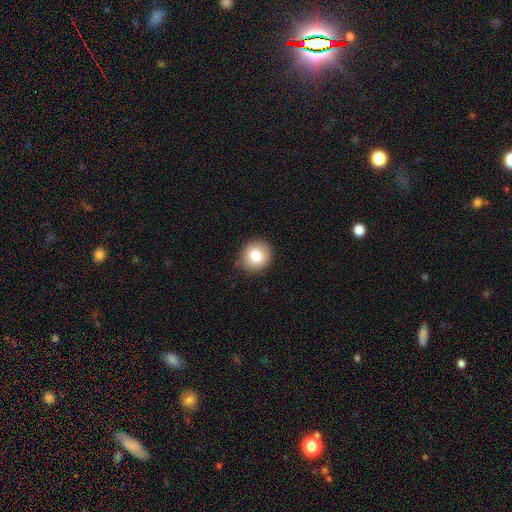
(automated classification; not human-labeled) This appears to be a smooth galaxy with no disk features (81%) that is round (87%). Merging: none (86%).